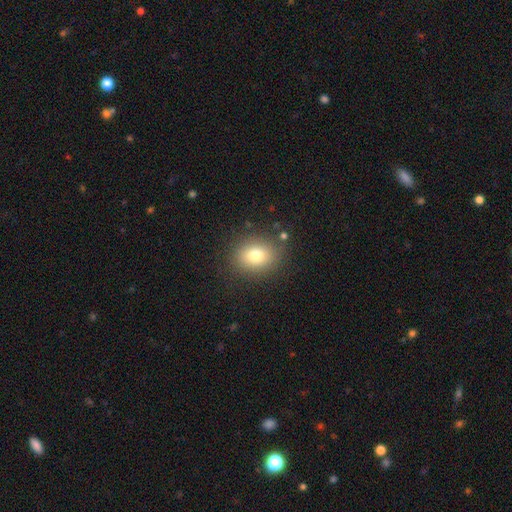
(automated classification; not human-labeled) smooth-or-featured: smooth: 77% | star or artifact: 12% | featured or disk: 11%
  how-rounded: round: 56% | in between: 43% | cigar-shaped: 1%
  merging: none: 84% | minor disturbance: 10% | major disturbance: 4% | merger: 2%